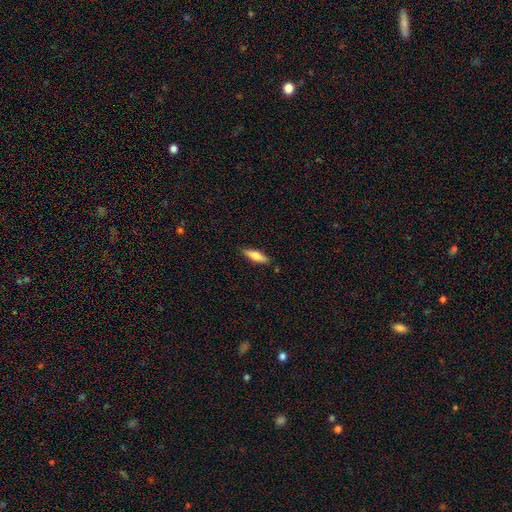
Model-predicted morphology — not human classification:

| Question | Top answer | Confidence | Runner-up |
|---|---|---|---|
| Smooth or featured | smooth | 63% | featured or disk (31%) |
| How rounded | cigar-shaped | 59% | in between (39%) |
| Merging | none | 85% | minor disturbance (11%) |